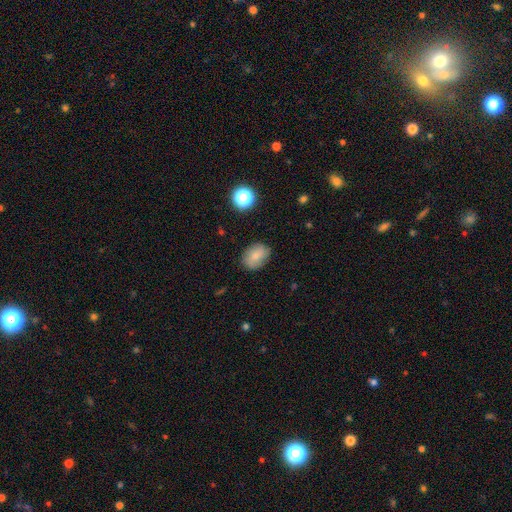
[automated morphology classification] type=smooth (75%); roundness=in between (67%); merging=none (80%).